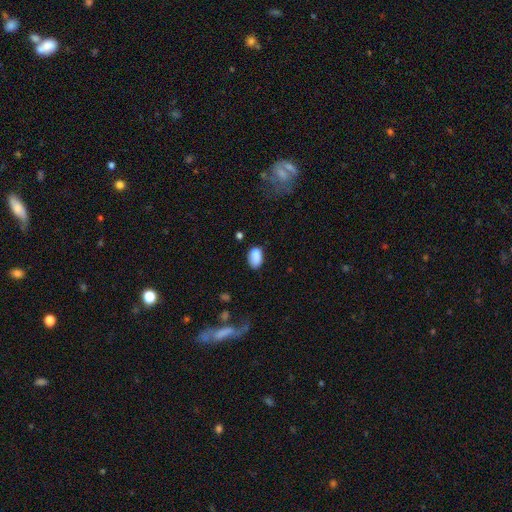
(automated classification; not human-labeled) smooth 85%, star or artifact 8%, featured or disk 6%. Down the decision tree: how rounded — in between (91%); merging — none (67%).